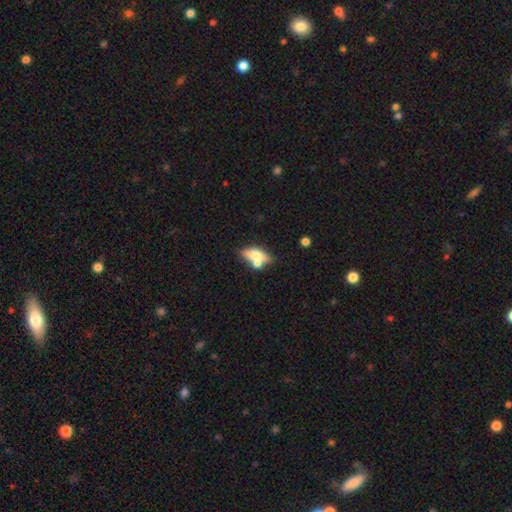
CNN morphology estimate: This appears to be a smooth galaxy with no disk features (58%) that is in between round and cigar-shaped (73%). Merging: none (51%).